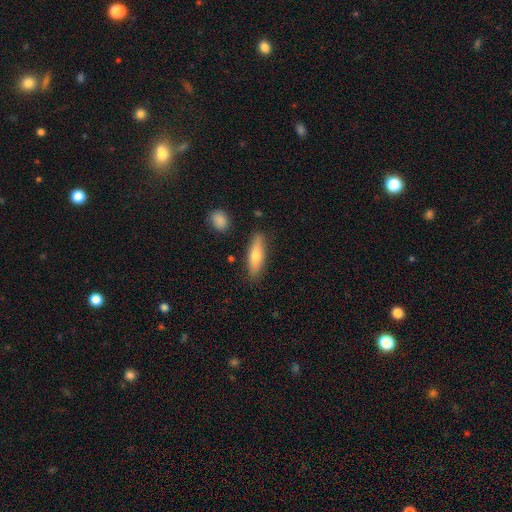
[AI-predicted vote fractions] Q: Smooth or featured?
A: smooth (63%); runner-up: featured or disk (30%)
Q: How rounded?
A: cigar-shaped (62%); runner-up: in between (35%)
Q: Merging?
A: none (86%); runner-up: minor disturbance (10%)